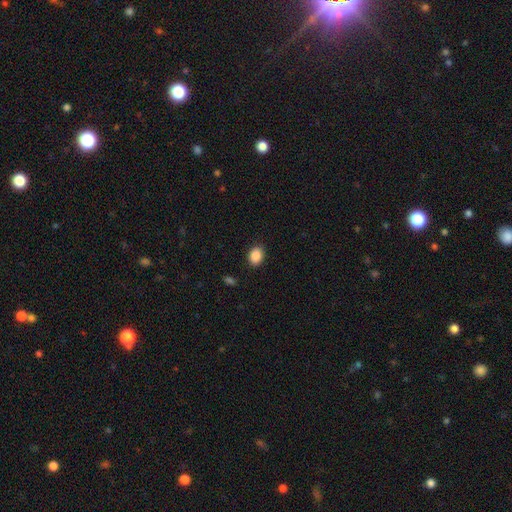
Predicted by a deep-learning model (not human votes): A smooth galaxy with no disk features (89%) that is in between round and cigar-shaped (67%). Merging: none (89%).